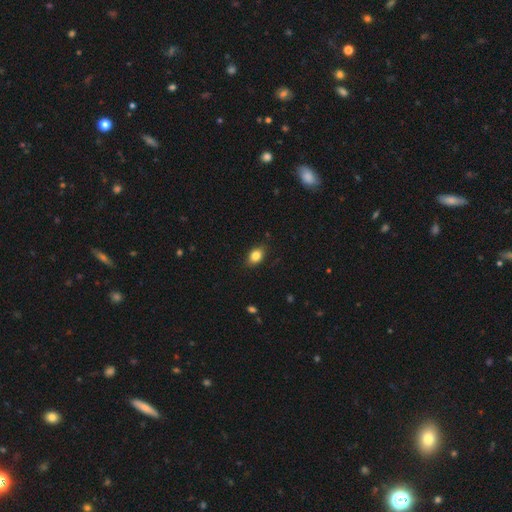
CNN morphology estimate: A smooth galaxy with no disk features (83%) that is in between round and cigar-shaped (75%). Merging: none (83%).